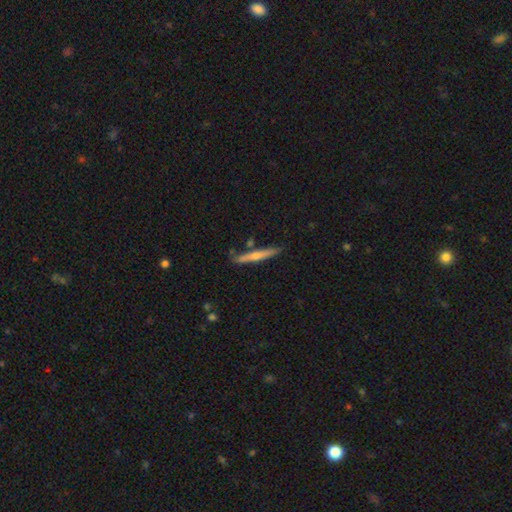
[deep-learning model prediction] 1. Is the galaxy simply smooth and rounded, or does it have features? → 53% smooth, 41% featured or disk, 6% star or artifact.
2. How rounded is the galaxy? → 95% cigar-shaped, 4% in between, 2% round.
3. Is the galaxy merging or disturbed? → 79% none, 13% minor disturbance, 6% merger, 2% major disturbance.